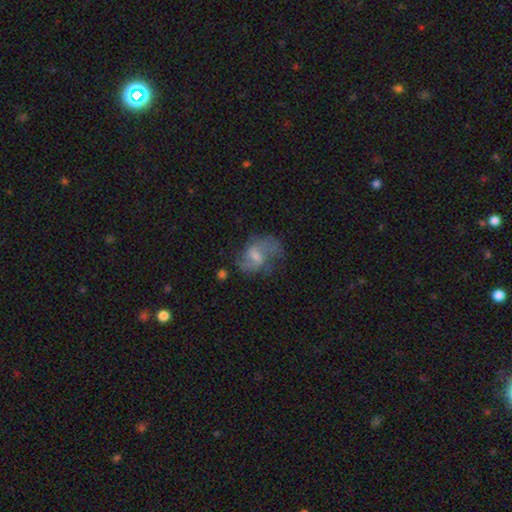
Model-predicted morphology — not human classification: Overall: featured or disk (66%). Edge-on disk: no (97%). Bar: weak (53%; no 33%). Spiral arms: yes (80%). Spiral arm count: 2 (72%). Spiral winding: loose (48%; medium 40%). Bulge size: small (42%; moderate 35%). Merging: none (49%; major disturbance 25%).